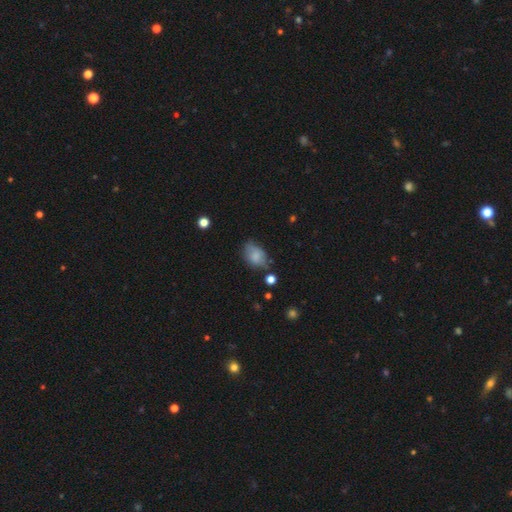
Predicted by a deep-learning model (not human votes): This is likely a smooth galaxy (79%). How rounded: clearly in between (84%). Merging: possibly none (55%).